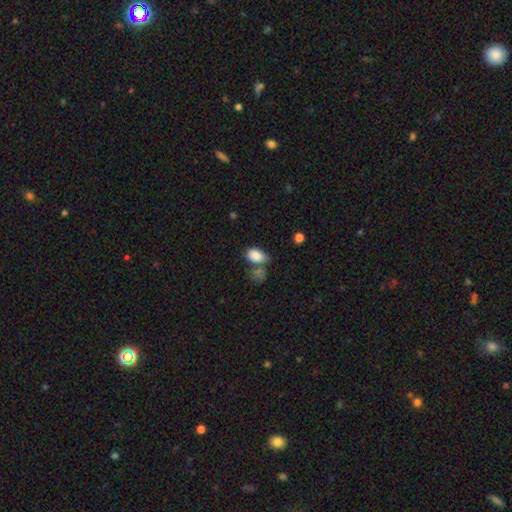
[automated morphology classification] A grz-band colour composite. It shows a smooth galaxy with no disk features (85%) that is in between round and cigar-shaped (89%). Merging: none (41%).